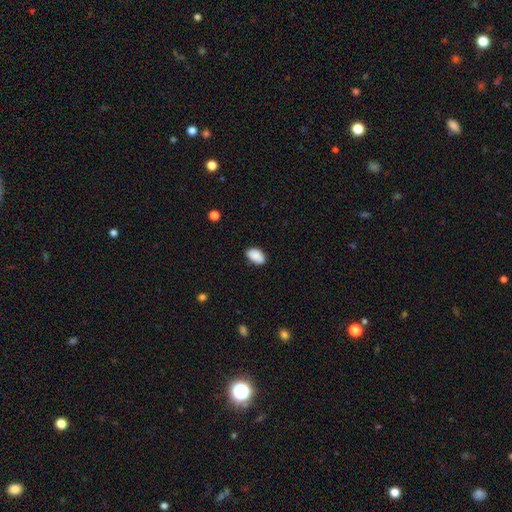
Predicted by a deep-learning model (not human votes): Smooth or featured?
  - smooth: 88% *
  - star or artifact: 7%
  - featured or disk: 5%
How rounded?
  - in between: 92% *
  - round: 7%
  - cigar-shaped: 1%
Merging?
  - none: 79% *
  - minor disturbance: 17%
  - major disturbance: 3%
  - merger: 2%